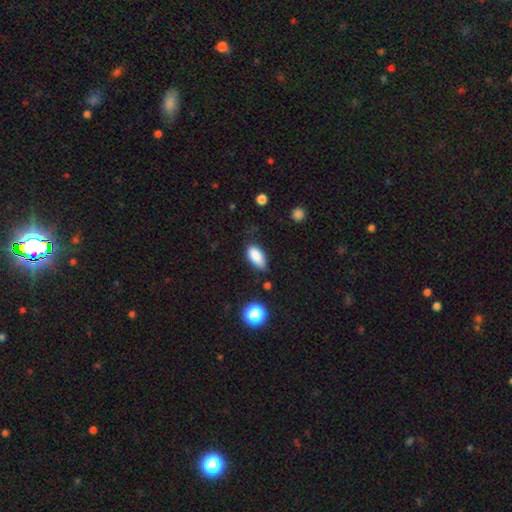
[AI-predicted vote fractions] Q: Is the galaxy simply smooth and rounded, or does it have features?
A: smooth — 85%.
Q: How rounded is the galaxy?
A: in between — 89%.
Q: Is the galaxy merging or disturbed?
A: none — 60%.